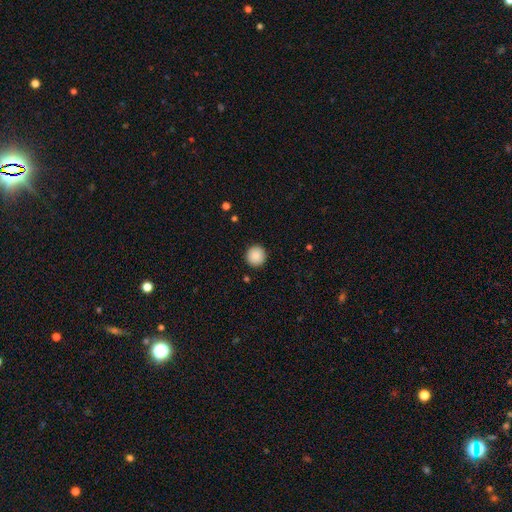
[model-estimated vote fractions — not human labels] Q: Smooth or featured?
A: smooth (87%); runner-up: star or artifact (8%)
Q: How rounded?
A: round (95%); runner-up: in between (4%)
Q: Merging?
A: none (92%); runner-up: minor disturbance (5%)